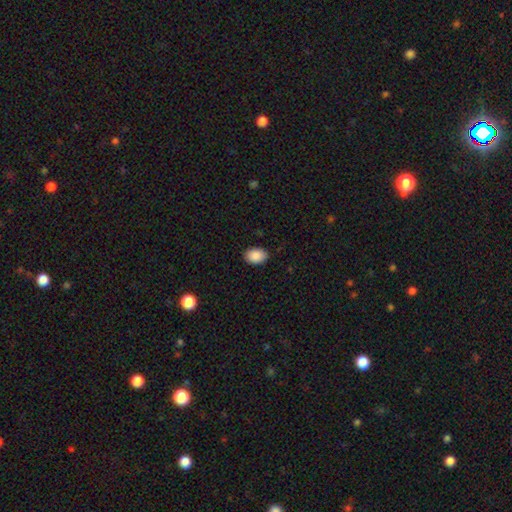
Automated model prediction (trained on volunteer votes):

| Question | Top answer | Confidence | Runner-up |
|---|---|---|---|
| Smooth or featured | smooth | 89% | star or artifact (8%) |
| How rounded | in between | 82% | round (17%) |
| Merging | none | 87% | minor disturbance (10%) |